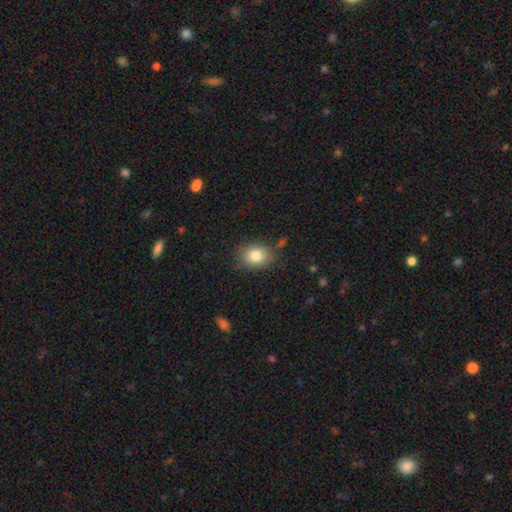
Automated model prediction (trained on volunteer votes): A smooth galaxy with no disk features (82%) that is in between round and cigar-shaped (57%).

Vote fractions:
- Smooth or featured? smooth: 82% / star or artifact: 9% / featured or disk: 9%
- How rounded? in between: 57% / round: 42% / cigar-shaped: 1%
- Merging? none: 75% / minor disturbance: 17% / major disturbance: 4% / merger: 3%